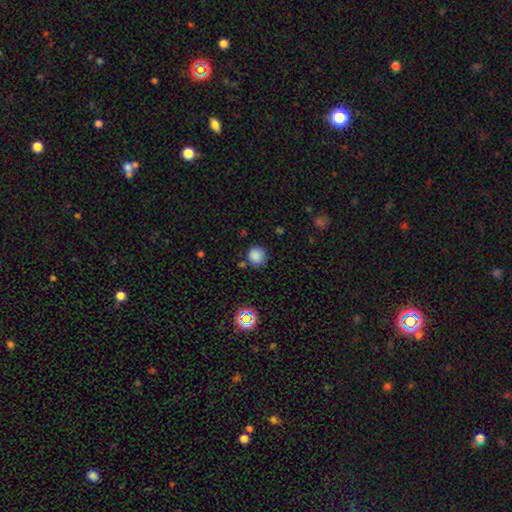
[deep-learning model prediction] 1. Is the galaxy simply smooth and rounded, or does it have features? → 83% smooth, 13% star or artifact, 4% featured or disk.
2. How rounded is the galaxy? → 87% round, 12% in between, 1% cigar-shaped.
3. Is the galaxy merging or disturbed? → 79% none, 13% minor disturbance, 4% merger, 4% major disturbance.